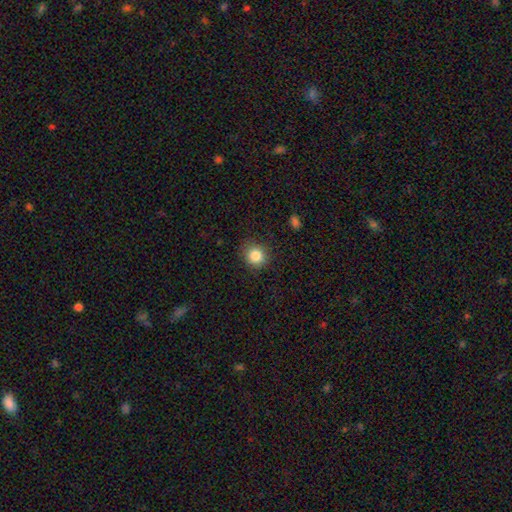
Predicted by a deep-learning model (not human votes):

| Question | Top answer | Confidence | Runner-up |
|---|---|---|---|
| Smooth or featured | smooth | 84% | star or artifact (11%) |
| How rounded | round | 89% | in between (11%) |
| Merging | none | 86% | minor disturbance (10%) |